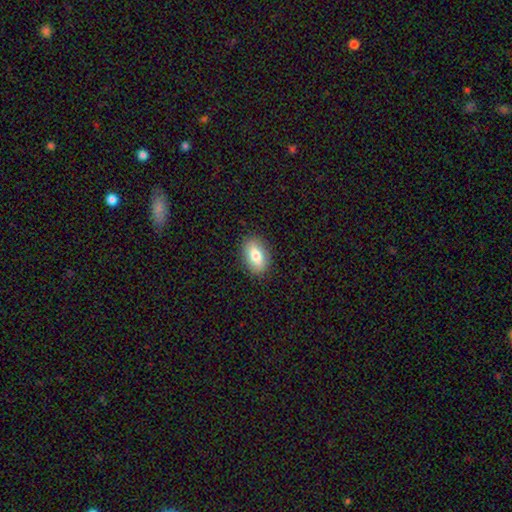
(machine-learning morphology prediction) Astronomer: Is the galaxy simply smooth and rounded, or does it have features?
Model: smooth — 76%.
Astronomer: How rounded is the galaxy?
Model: in between — 88%.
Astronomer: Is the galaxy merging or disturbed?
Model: none — 87%.